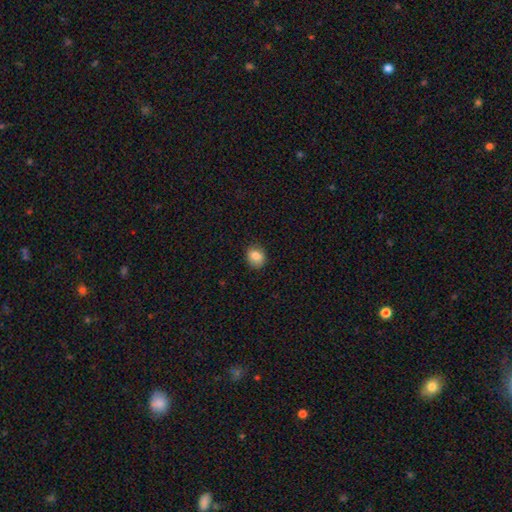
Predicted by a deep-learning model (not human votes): This appears to be a smooth galaxy with no disk features (84%) that is round (64%). Merging: none (84%).